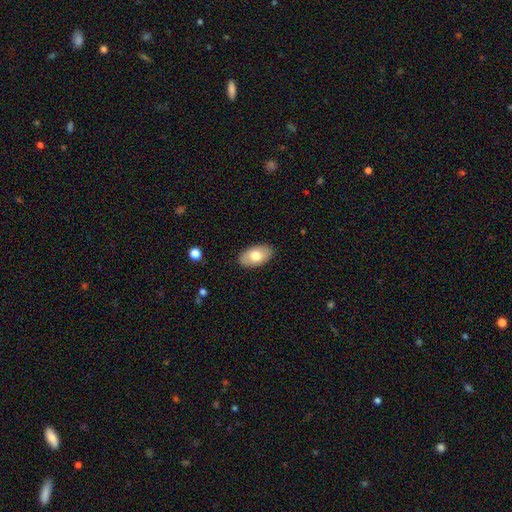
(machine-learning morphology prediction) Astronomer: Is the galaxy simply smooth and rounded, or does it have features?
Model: smooth — 74%.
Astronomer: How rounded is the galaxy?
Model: in between — 94%.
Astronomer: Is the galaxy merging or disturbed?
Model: none — 87%.